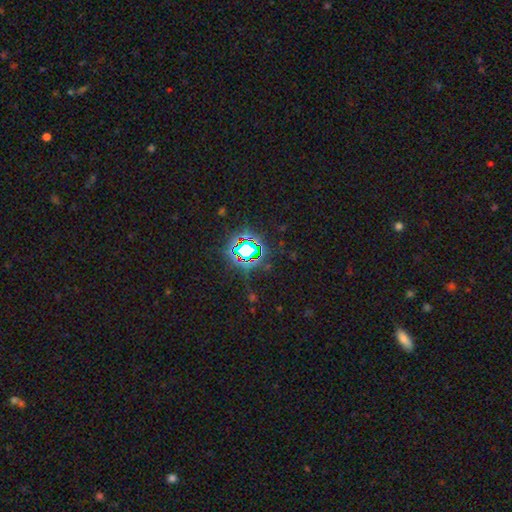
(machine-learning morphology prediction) The model was most divided on "smooth or featured": star or artifact: 79%, smooth: 13%, featured or disk: 8%.